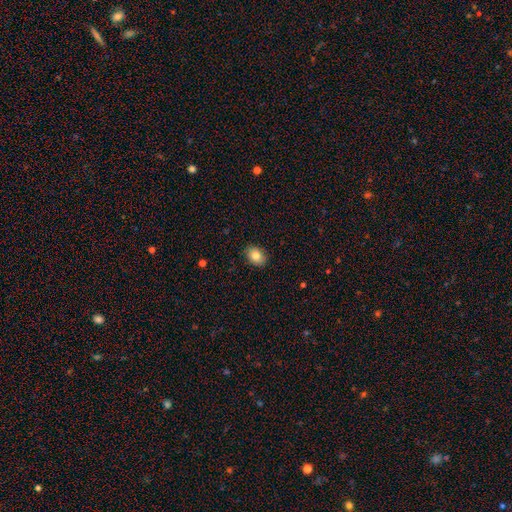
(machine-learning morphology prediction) smooth_or_featured: smooth (p=0.85) [alt: star or artifact p=0.08]
how_rounded: in between (p=0.75) [alt: round p=0.24]
merging: none (p=0.89) [alt: minor disturbance p=0.08]